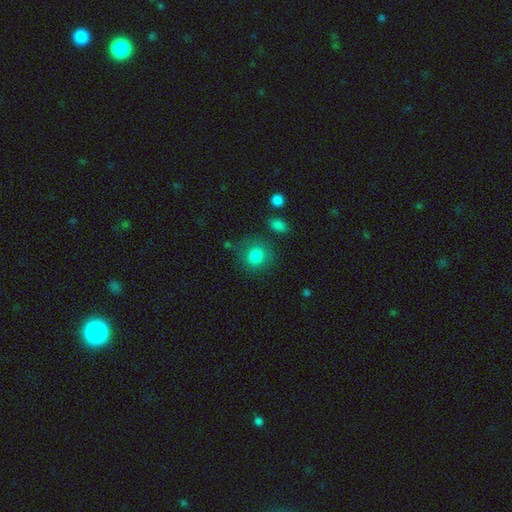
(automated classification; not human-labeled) Overall: smooth (85%). How rounded: round (85%). Merging: none (77%).